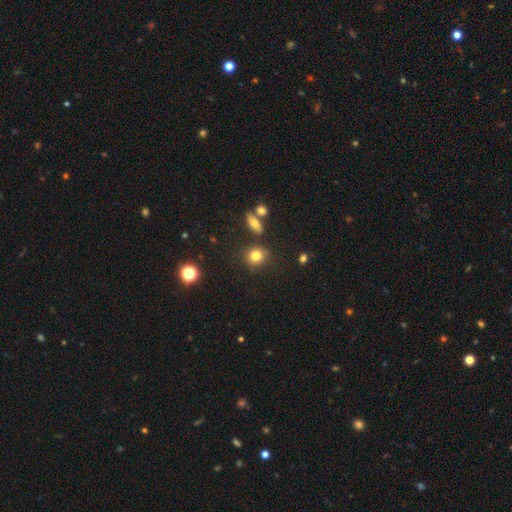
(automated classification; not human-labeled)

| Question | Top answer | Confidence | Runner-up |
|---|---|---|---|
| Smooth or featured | smooth | 78% | star or artifact (13%) |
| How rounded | round | 80% | in between (18%) |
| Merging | none | 80% | minor disturbance (10%) |